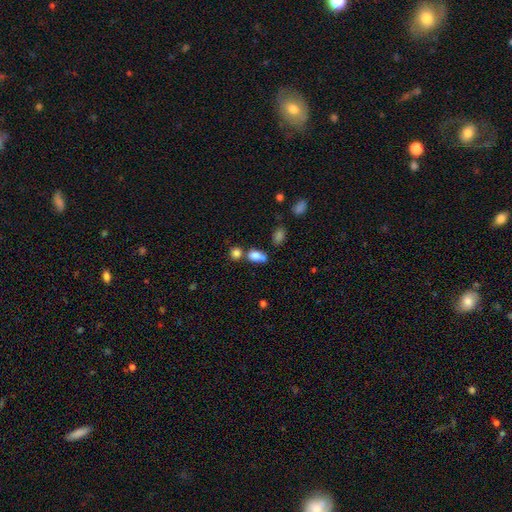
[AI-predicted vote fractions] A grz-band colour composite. It shows a smooth galaxy with no disk features (80%) that is in between round and cigar-shaped (72%). Merging: none (42%).